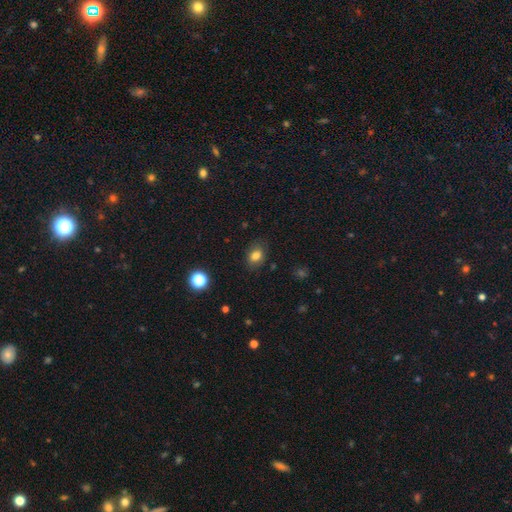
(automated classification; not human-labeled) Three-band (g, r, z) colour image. It shows a smooth galaxy with no disk features (80%) that is in between round and cigar-shaped (70%). Merging: none (80%).